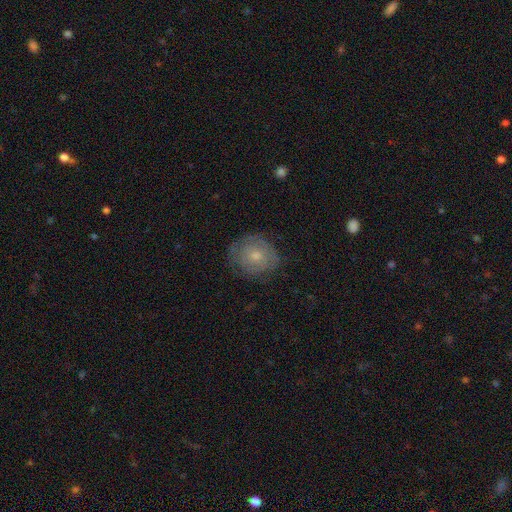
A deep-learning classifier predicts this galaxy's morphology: type=smooth (57%); roundness=round (76%); merging=none (73%).